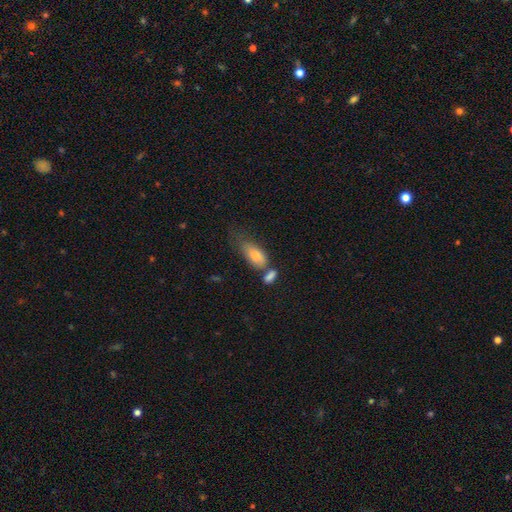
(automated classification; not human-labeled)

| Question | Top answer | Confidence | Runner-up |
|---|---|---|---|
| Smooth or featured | smooth | 75% | featured or disk (16%) |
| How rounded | in between | 82% | cigar-shaped (12%) |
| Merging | merger | 34% | none (32%) |